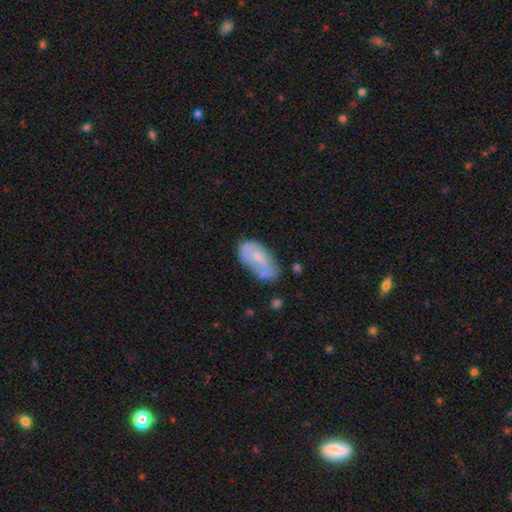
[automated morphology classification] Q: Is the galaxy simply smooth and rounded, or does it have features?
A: smooth — 56%.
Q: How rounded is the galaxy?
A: in between — 92%.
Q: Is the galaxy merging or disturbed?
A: none — 47%.